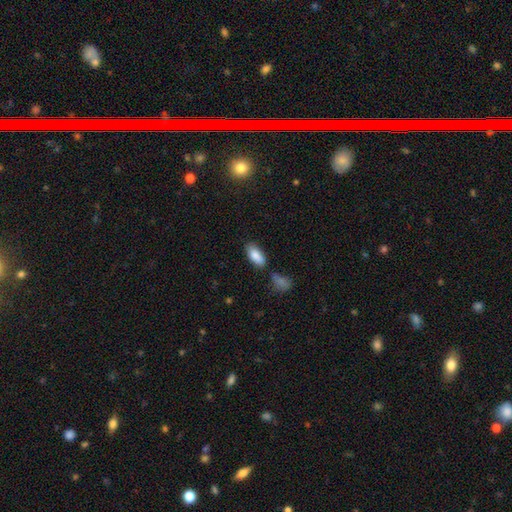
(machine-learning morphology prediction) Smooth or featured? smooth (86%)
How rounded? in between (86%)
Merging? none (68%)